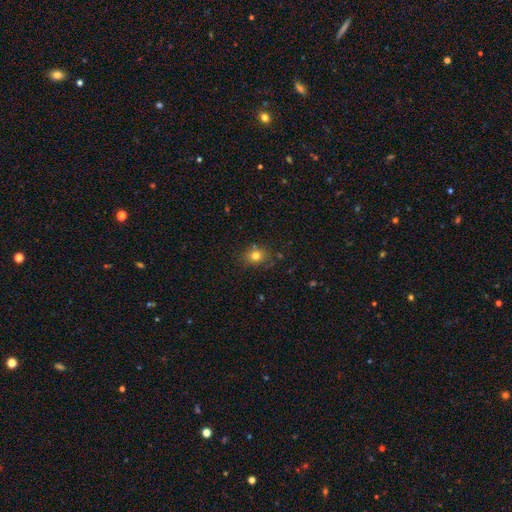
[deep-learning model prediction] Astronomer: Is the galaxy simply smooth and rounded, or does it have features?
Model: smooth — 77%.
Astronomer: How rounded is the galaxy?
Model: round — 65%.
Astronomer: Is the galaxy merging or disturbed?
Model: none — 78%.